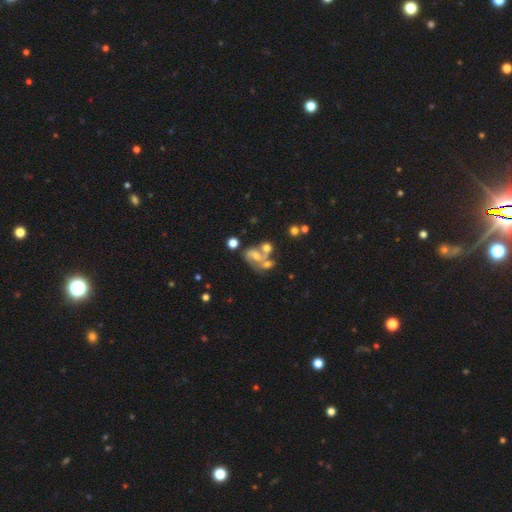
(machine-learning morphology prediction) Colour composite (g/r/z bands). It shows a featured or disk galaxy (55%) with no bar (61%), spiral arms (61%) and a small central bulge (34%, tied with moderate). Merging: merger (46%).